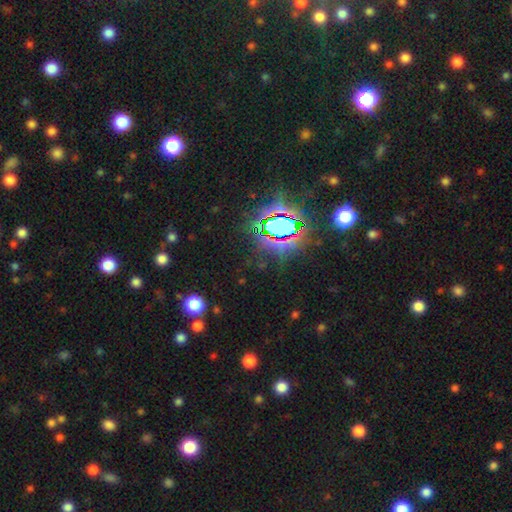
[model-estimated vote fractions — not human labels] Q: Smooth or featured?
A: star or artifact (78%); runner-up: smooth (14%)